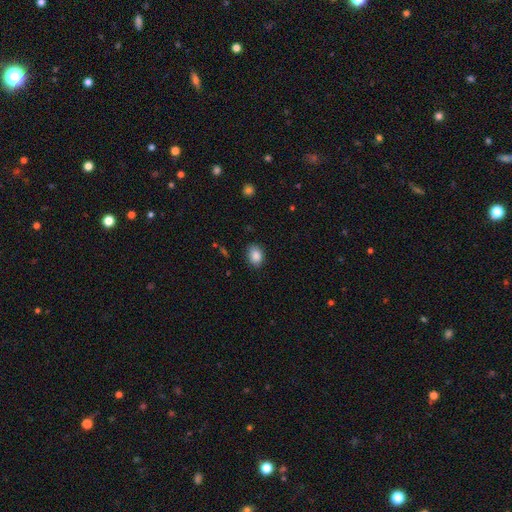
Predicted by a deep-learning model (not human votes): Smooth or featured? Predicted: smooth (p=0.87). How rounded? Predicted: in between (p=0.72). Merging? Predicted: none (p=0.83).